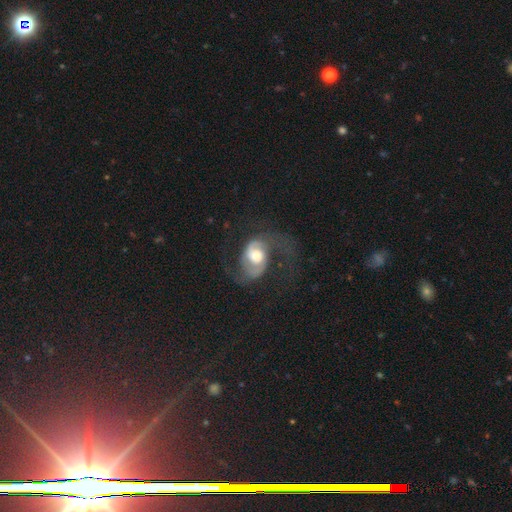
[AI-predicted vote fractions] This is likely a featured or disk galaxy (79%). It is clearly not viewed edge-on (97%). Bar: possibly no (55%). Spiral arm pattern: clearly yes (93%). Spiral arm count: clearly 2 (88%). Spiral winding: possibly loose (47%). Central bulge: possibly moderate (47%). Merging: possibly none (52%).